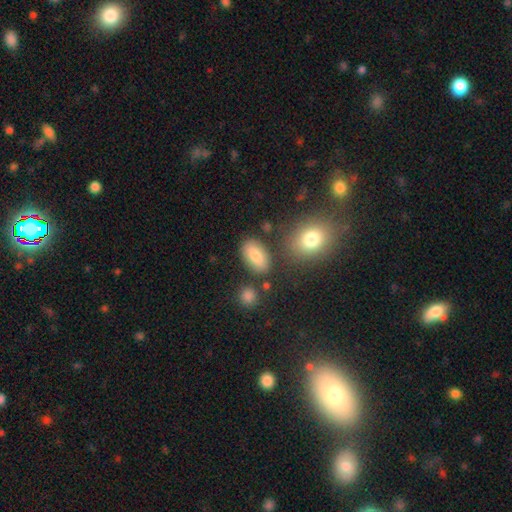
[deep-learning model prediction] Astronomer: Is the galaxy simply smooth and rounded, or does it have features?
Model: smooth — 83%.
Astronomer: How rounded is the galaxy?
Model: in between — 91%.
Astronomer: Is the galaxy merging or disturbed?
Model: none — 78%.